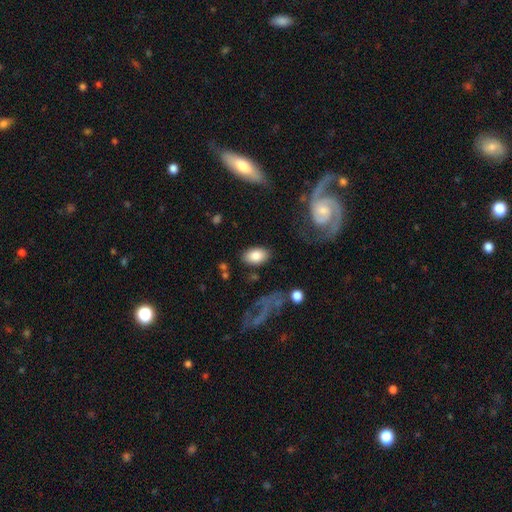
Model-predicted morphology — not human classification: A smooth galaxy with no disk features (82%) that is in between round and cigar-shaped (91%). Merging: none (80%).